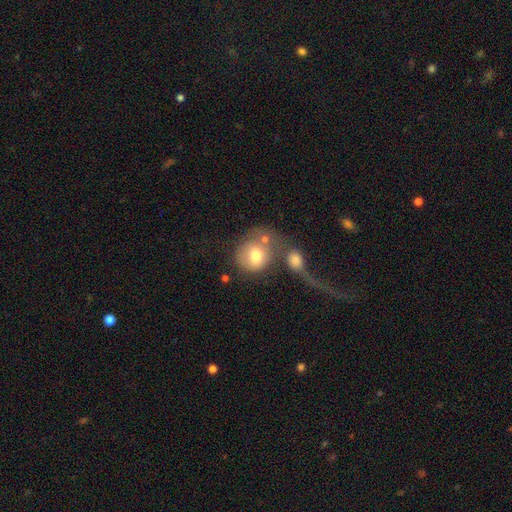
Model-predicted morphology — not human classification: Overall: smooth (70%). How rounded: round (70%). Merging: merger (41%; none 28%).